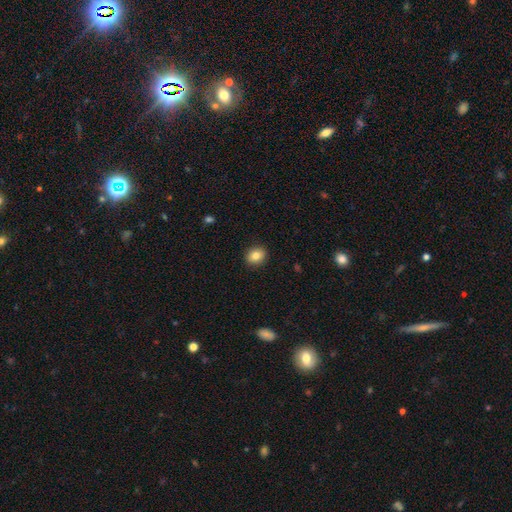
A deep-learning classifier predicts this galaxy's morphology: Overall: smooth (82%). How rounded: round (63%; in between 36%). Merging: none (91%).